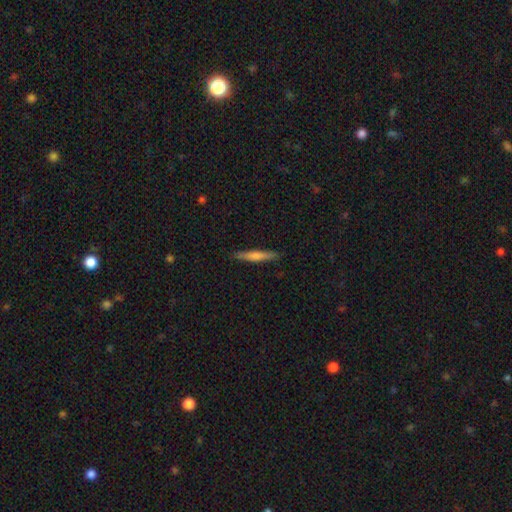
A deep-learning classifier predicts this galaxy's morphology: Smooth or featured: featured or disk — 48% (smooth — 46%)
Merging: none — 91% (minor disturbance — 6%)